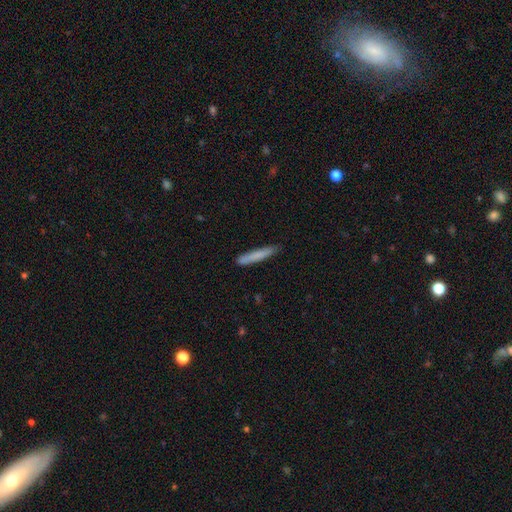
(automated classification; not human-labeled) smooth 78%, featured or disk 16%, star or artifact 6%. Down the decision tree: how rounded — cigar-shaped (95%); merging — none (85%).